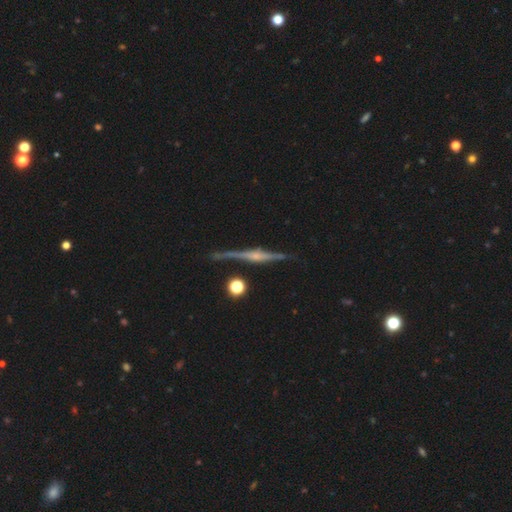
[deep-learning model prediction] This is clearly a featured or disk galaxy (85%). It is clearly viewed edge-on (97%). Edge-on bulge: likely rounded (70%). Merging: clearly none (84%).